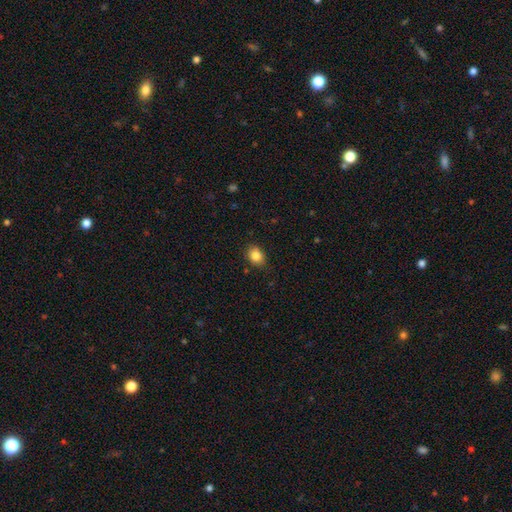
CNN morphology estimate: smooth-or-featured: smooth: 84% | star or artifact: 9% | featured or disk: 6%
  how-rounded: in between: 64% | round: 35% | cigar-shaped: 1%
  merging: none: 81% | minor disturbance: 15% | major disturbance: 3% | merger: 1%